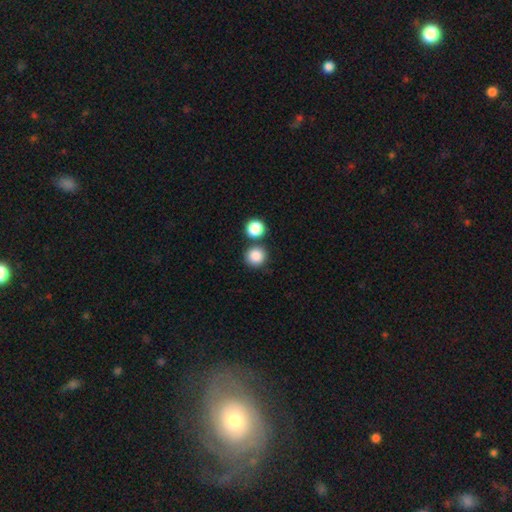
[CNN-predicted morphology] Smooth or featured?
  - smooth: 86% *
  - star or artifact: 10%
  - featured or disk: 4%
How rounded?
  - round: 93% *
  - in between: 6%
  - cigar-shaped: 1%
Merging?
  - none: 76% *
  - merger: 14%
  - minor disturbance: 8%
  - major disturbance: 3%